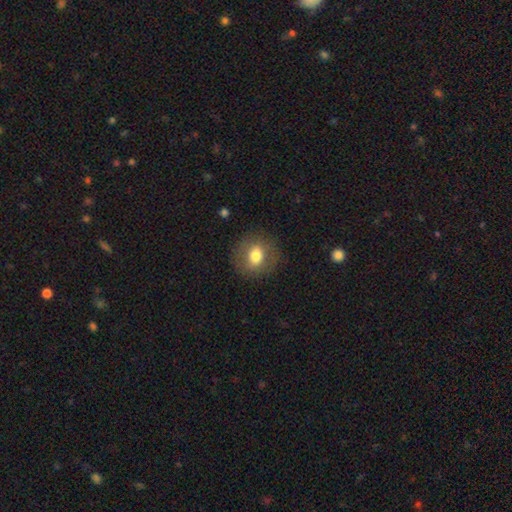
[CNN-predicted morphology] Smooth or featured: smooth — 70% (featured or disk — 21%)
How rounded: round — 71% (in between — 28%)
Merging: none — 85% (minor disturbance — 10%)